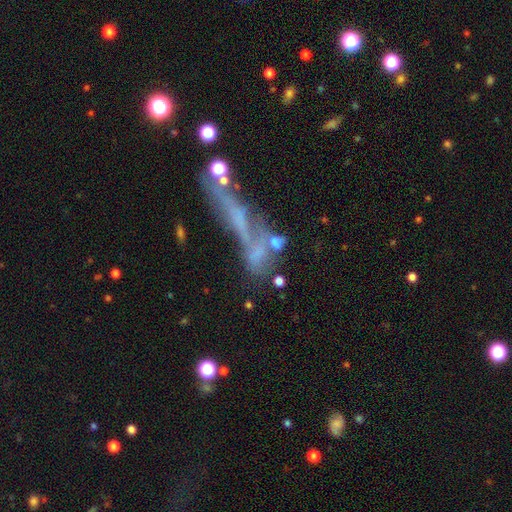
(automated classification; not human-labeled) Morphology: type=smooth (47%); merging=merger (41%).